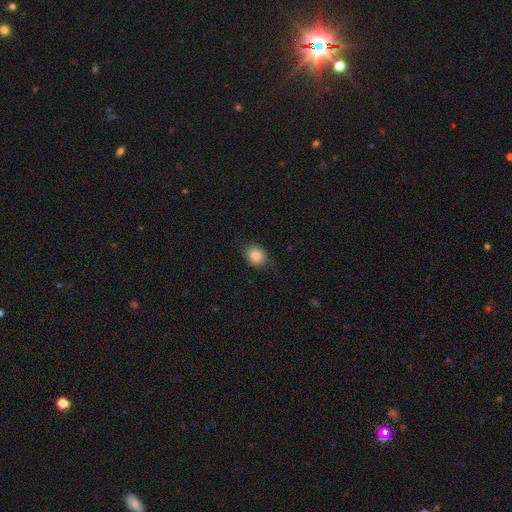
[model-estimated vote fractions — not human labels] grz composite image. It shows a smooth galaxy with no disk features (82%) that is round (51%). Merging: none (77%).